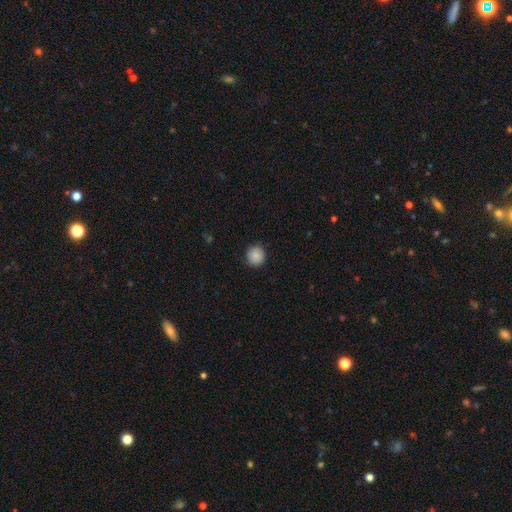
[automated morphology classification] This appears to be a smooth galaxy with no disk features (88%) that is round (93%). Merging: none (89%).